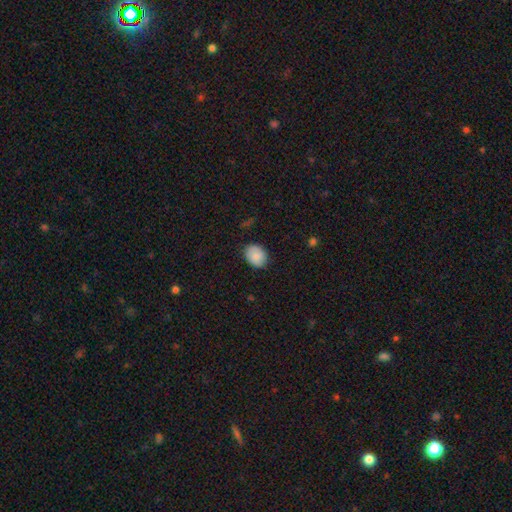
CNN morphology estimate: Overall: smooth (85%). How rounded: in between (56%; round 43%). Merging: none (82%).